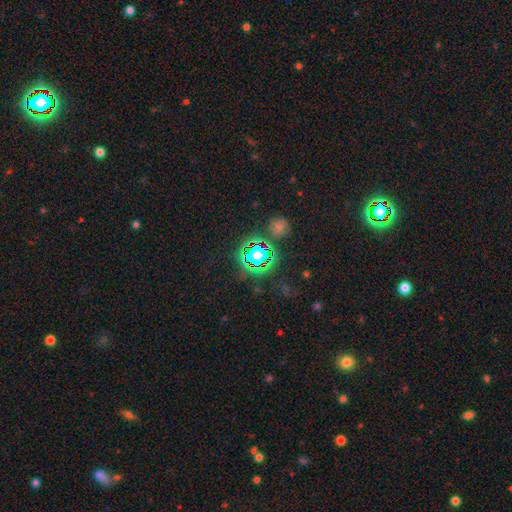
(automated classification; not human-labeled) Smooth or featured: star or artifact — 66% (smooth — 24%)